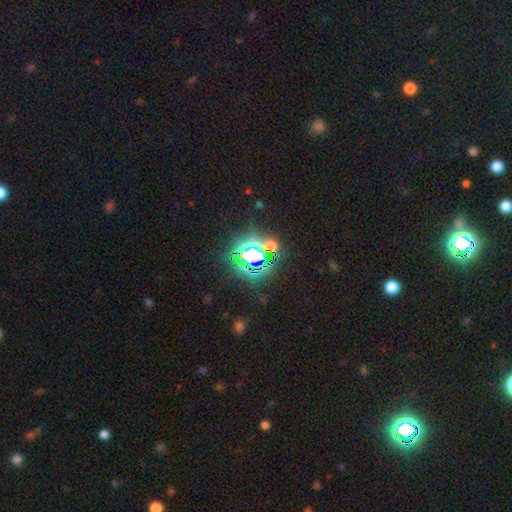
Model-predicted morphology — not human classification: Q: Smooth or featured?
A: star or artifact (75%); runner-up: smooth (15%)